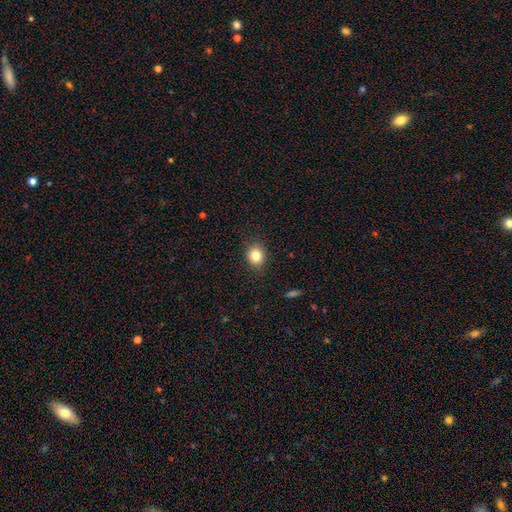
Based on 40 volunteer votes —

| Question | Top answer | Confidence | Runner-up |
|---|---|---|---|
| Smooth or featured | smooth | 90% | star or artifact (10%) |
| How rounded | round | 72% | in between (28%) |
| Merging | none | 83% | minor disturbance (14%) |